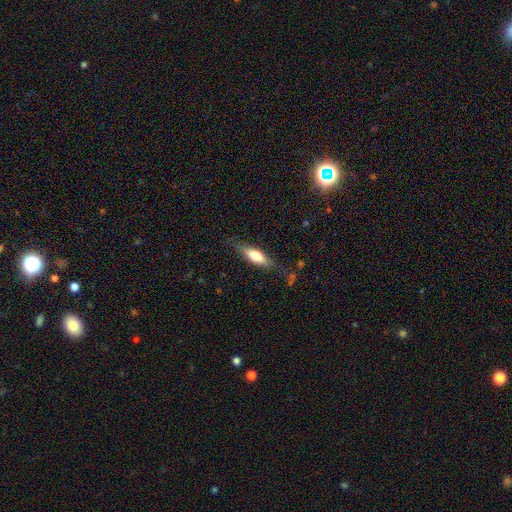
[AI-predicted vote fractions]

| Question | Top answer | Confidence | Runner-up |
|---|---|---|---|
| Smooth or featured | smooth | 60% | featured or disk (34%) |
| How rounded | cigar-shaped | 52% | in between (46%) |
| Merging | none | 76% | minor disturbance (17%) |